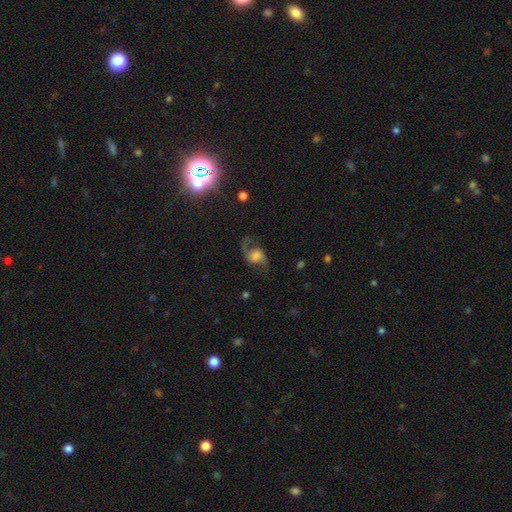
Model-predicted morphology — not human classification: smooth-or-featured: featured or disk: 73% | smooth: 18% | star or artifact: 9%
  disk-edge-on: no: 97% | yes: 3%
    bar: no: 58% | weak: 34% | strong: 8%
    has-spiral-arms: yes: 94% | no: 6%
      spiral-winding: loose: 71% | medium: 25% | tight: 4%
      spiral-arm-count: 2: 87% | 1: 9% | can't tell: 2% | 3: 1% | 4: 1% | more than 4: 1%
    bulge-size: large: 31% | moderate: 24% | none: 18% | small: 18% | dominant: 9%
  merging: none: 62% | major disturbance: 18% | minor disturbance: 18% | merger: 2%